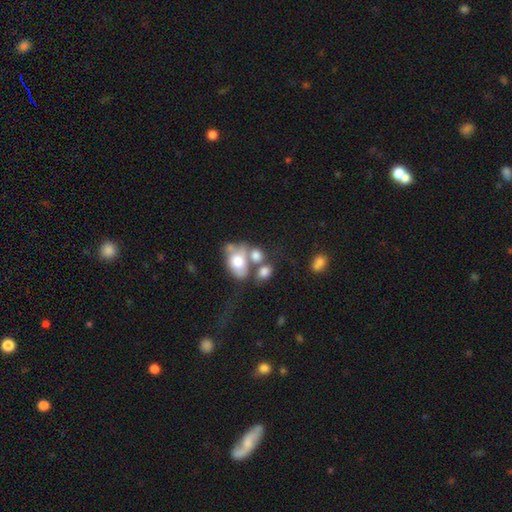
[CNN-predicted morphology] Q: Smooth or featured?
A: smooth (60%); runner-up: featured or disk (29%)
Q: How rounded?
A: in between (74%); runner-up: round (25%)
Q: Merging?
A: merger (51%); runner-up: none (22%)